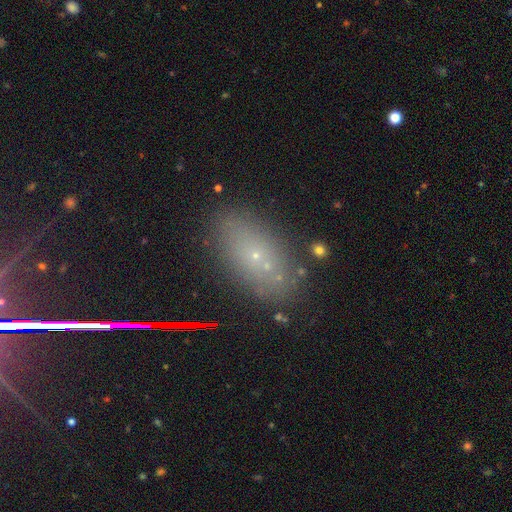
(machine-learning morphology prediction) type=smooth (50%); roundness=in between (84%); merging=none (81%).